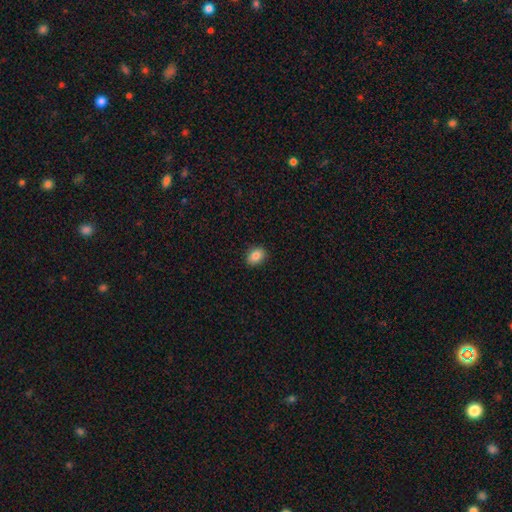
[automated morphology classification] A smooth galaxy with no disk features (85%) that is in between round and cigar-shaped (66%). Merging: none (90%).